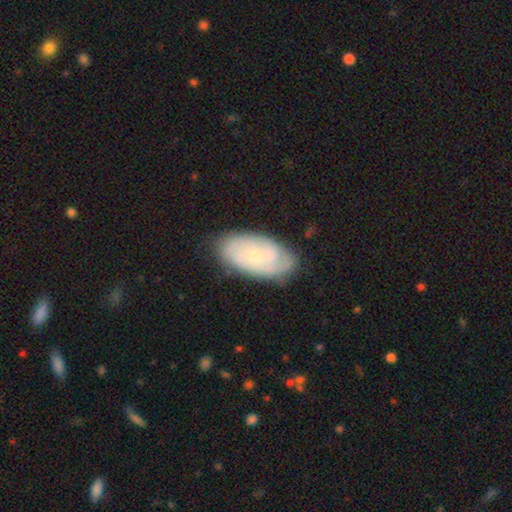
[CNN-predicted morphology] Smooth or featured: featured or disk — 69% (smooth — 25%)
Edge-on disk: no — 95% (yes — 5%)
Bar: no — 76% (weak — 21%)
Spiral arms: yes — 90% (no — 10%)
Spiral winding: tight — 68% (medium — 25%)
Spiral arm count: can't tell — 41% (2 — 27%)
Bulge size: small — 73% (moderate — 22%)
Merging: none — 77% (minor disturbance — 17%)